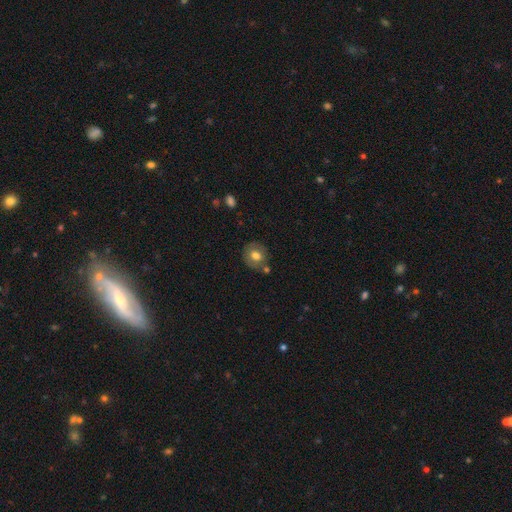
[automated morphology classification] This appears to be a smooth galaxy with no disk features (70%) that is round (79%). Merging: none (72%).